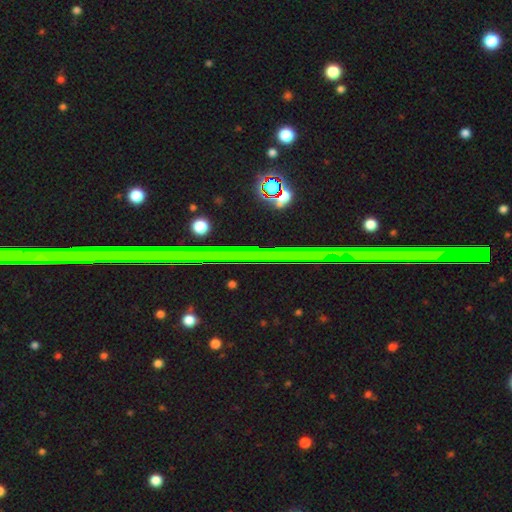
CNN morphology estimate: A star or artifact, not a galaxy (75%).

Vote fractions:
- Smooth or featured? star or artifact: 75% / featured or disk: 17% / smooth: 8%